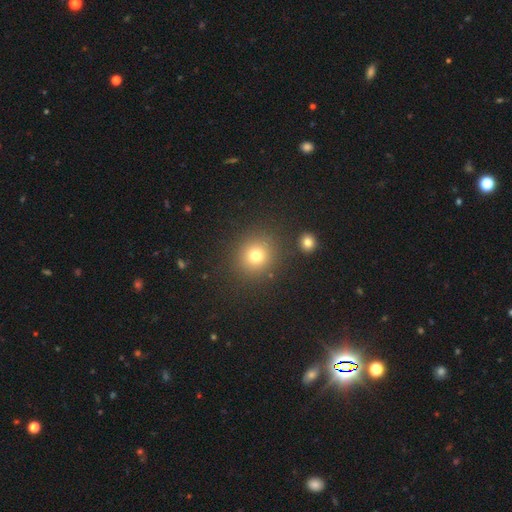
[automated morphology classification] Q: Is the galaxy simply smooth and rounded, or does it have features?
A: smooth — 76%.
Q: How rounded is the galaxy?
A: round — 87%.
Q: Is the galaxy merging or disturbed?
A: none — 86%.